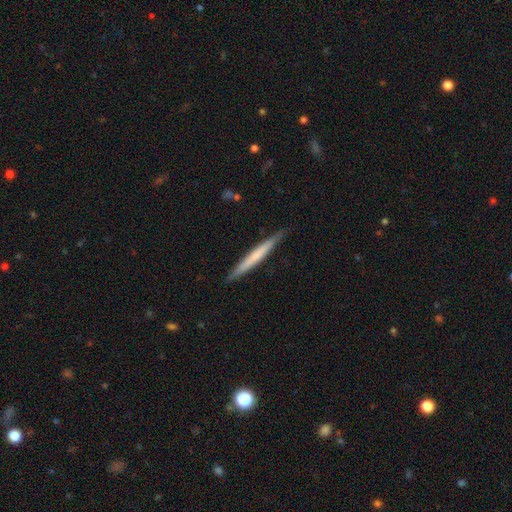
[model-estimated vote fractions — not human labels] A smooth galaxy with no disk features (53%) that is cigar-shaped (97%).

Vote fractions:
- Smooth or featured? smooth: 53% / featured or disk: 42% / star or artifact: 5%
- How rounded? cigar-shaped: 97% / in between: 2% / round: 1%
- Merging? none: 88% / minor disturbance: 9% / major disturbance: 2% / merger: 1%